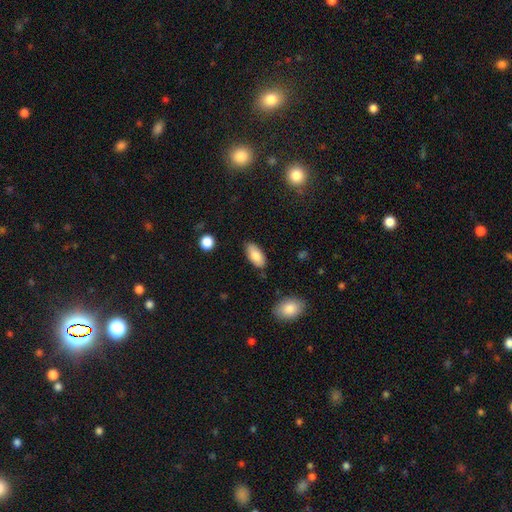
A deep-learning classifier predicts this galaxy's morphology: This appears to be a smooth galaxy with no disk features (86%) that is in between round and cigar-shaped (90%). Merging: none (82%).